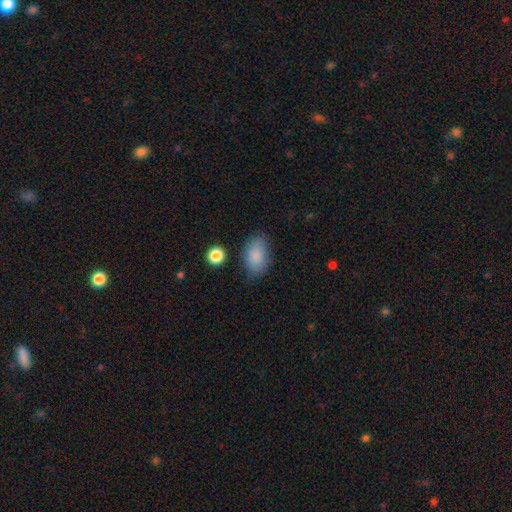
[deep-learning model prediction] Overall: smooth (87%). How rounded: in between (90%). Merging: none (76%).